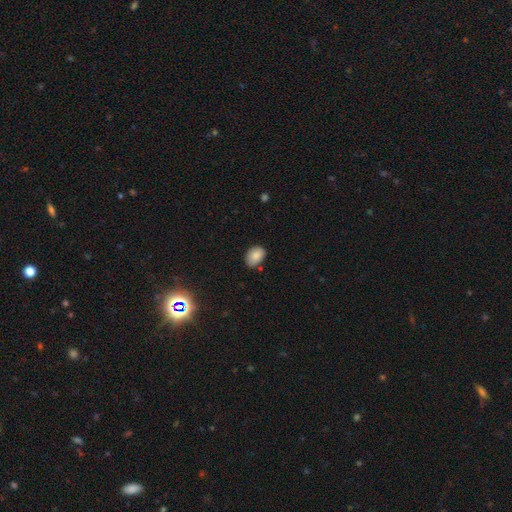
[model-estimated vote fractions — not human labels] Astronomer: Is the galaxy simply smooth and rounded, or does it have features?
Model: smooth — 84%.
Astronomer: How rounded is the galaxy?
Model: in between — 80%.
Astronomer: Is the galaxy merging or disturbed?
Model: none — 72%.